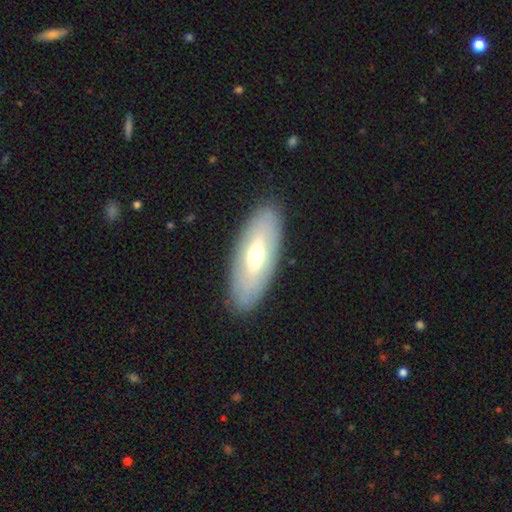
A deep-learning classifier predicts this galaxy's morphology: This appears to be a featured or disk galaxy (49%). Merging: none (87%).